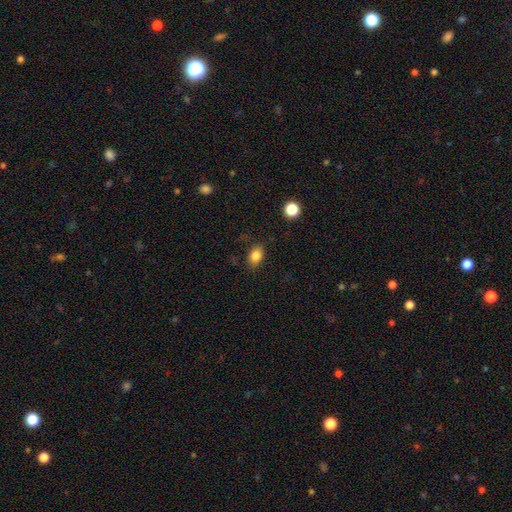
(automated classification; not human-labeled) Smooth or featured: smooth — 84% (star or artifact — 10%)
How rounded: in between — 77% (round — 21%)
Merging: none — 83% (minor disturbance — 13%)